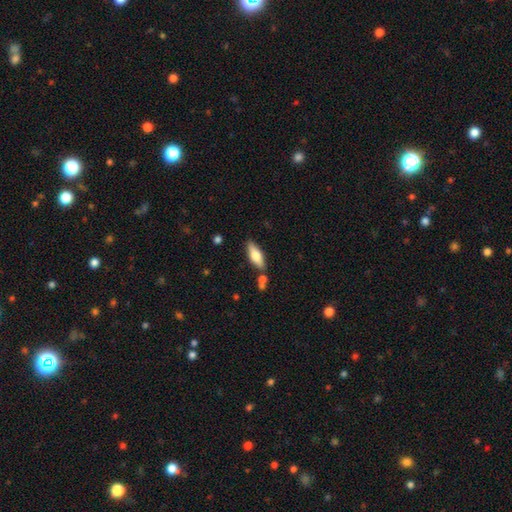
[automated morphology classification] type=smooth (63%); roundness=in between (57%); merging=none (78%).